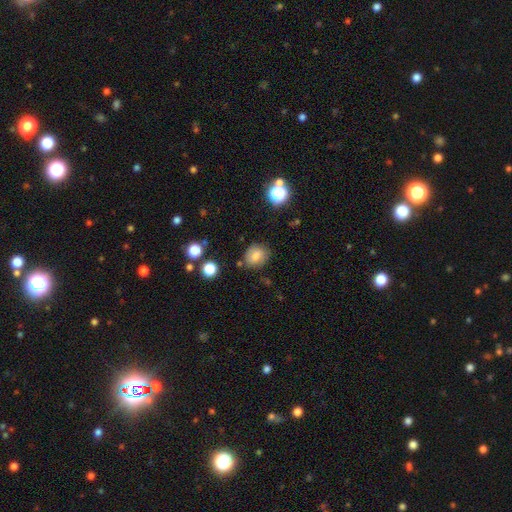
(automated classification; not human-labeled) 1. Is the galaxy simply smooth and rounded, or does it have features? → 76% smooth, 13% featured or disk, 11% star or artifact.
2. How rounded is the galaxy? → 56% round, 43% in between, 1% cigar-shaped.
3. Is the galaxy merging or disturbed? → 76% none, 16% minor disturbance, 4% major disturbance, 3% merger.